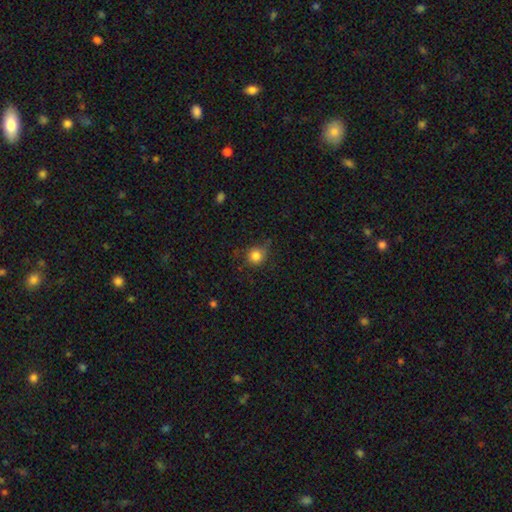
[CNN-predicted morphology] Q: Smooth or featured?
A: smooth (83%); runner-up: star or artifact (11%)
Q: How rounded?
A: round (88%); runner-up: in between (11%)
Q: Merging?
A: none (66%); runner-up: minor disturbance (24%)